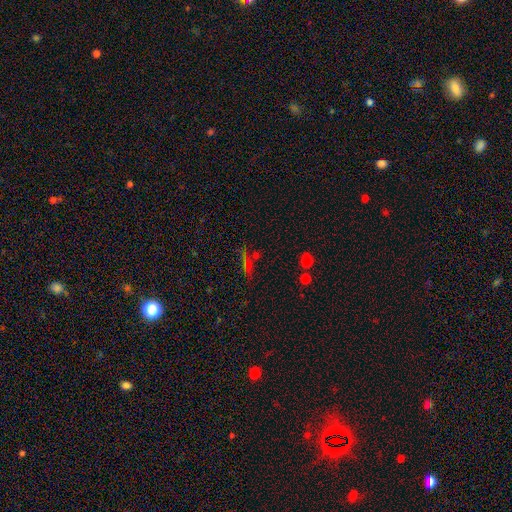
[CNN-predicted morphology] The model was most divided on "smooth or featured": star or artifact: 45%, smooth: 42%, featured or disk: 13%.